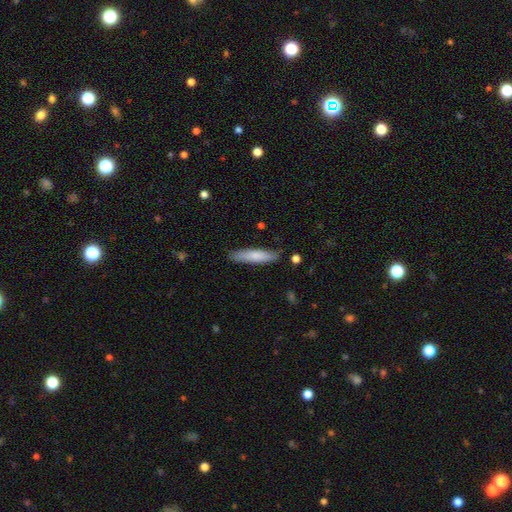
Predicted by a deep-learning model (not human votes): smooth_or_featured: smooth (p=0.76) [alt: featured or disk p=0.19]
how_rounded: cigar-shaped (p=0.81) [alt: in between p=0.17]
merging: none (p=0.83) [alt: minor disturbance p=0.13]